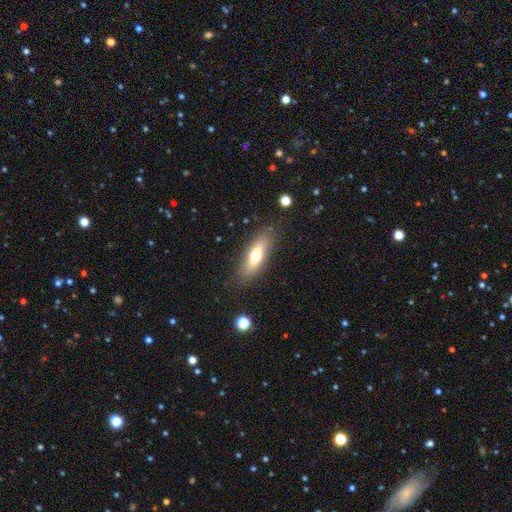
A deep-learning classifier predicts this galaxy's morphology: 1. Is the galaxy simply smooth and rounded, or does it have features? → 64% smooth, 29% featured or disk, 7% star or artifact.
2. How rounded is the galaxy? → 51% in between, 46% cigar-shaped, 2% round.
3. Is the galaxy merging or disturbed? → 84% none, 11% minor disturbance, 3% major disturbance, 2% merger.